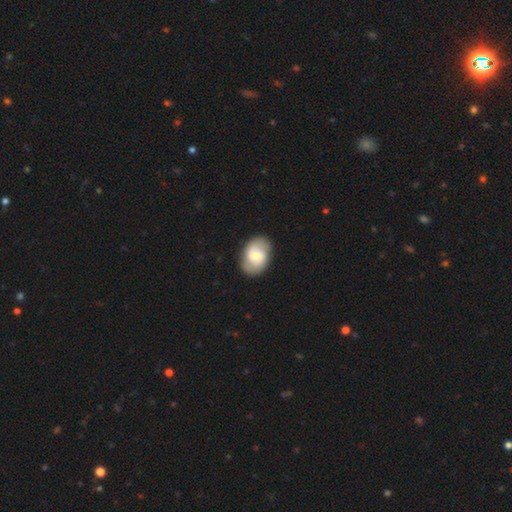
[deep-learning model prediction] The model was most divided on "bulge size": moderate: 49%, small: 39%, large: 8%, none: 3%, dominant: 2%. Remaining: edge-on disk — no (96%); merging — none (83%); spiral arms — yes (82%); smooth or featured — featured or disk (52%); bar — weak (49%).